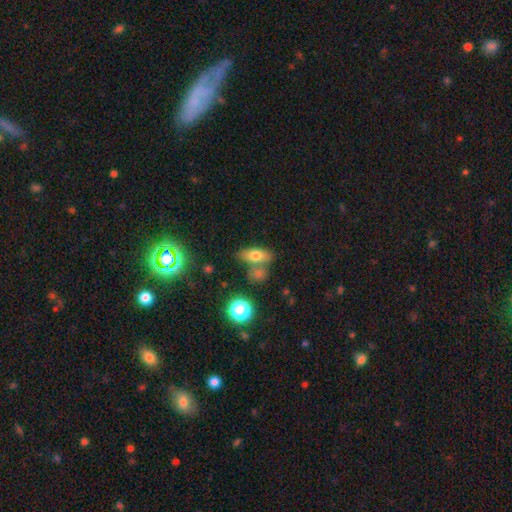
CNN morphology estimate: A smooth galaxy with no disk features (68%) that is in between round and cigar-shaped (72%).

Vote fractions:
- Smooth or featured? smooth: 68% / featured or disk: 20% / star or artifact: 12%
- How rounded? in between: 72% / cigar-shaped: 18% / round: 9%
- Merging? none: 57% / merger: 25% / minor disturbance: 13% / major disturbance: 5%